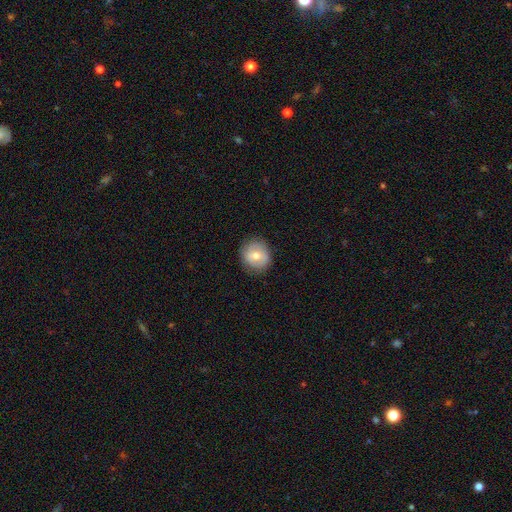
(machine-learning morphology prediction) A smooth galaxy with no disk features (59%) that is round (84%). Merging: none (85%).